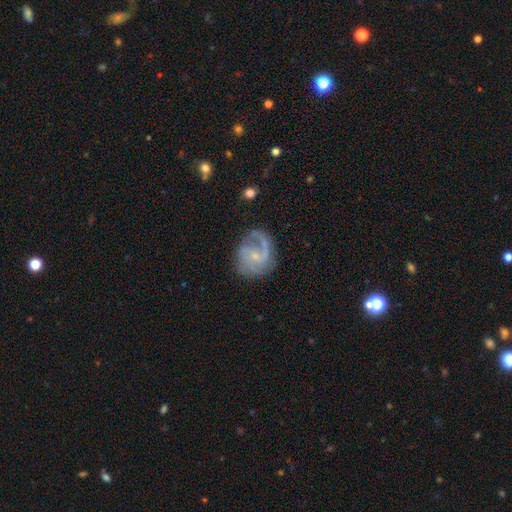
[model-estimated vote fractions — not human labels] Smooth or featured?
  - featured or disk: 83% *
  - smooth: 11%
  - star or artifact: 6%
Edge-on disk?
  - no: 98% *
  - yes: 2%
Bar?
  - no: 51% *
  - weak: 40%
  - strong: 9%
Spiral arms?
  - yes: 93% *
  - no: 7%
Spiral winding?
  - medium: 48% *
  - loose: 27%
  - tight: 25%
Spiral arm count?
  - 2: 52% *
  - 1: 22%
  - can't tell: 13%
  - 3: 8%
  - 4: 3%
  - more than 4: 3%
Bulge size?
  - small: 76% *
  - moderate: 18%
  - none: 4%
  - large: 1%
  - dominant: 1%
Merging?
  - none: 59% *
  - minor disturbance: 22%
  - major disturbance: 17%
  - merger: 2%